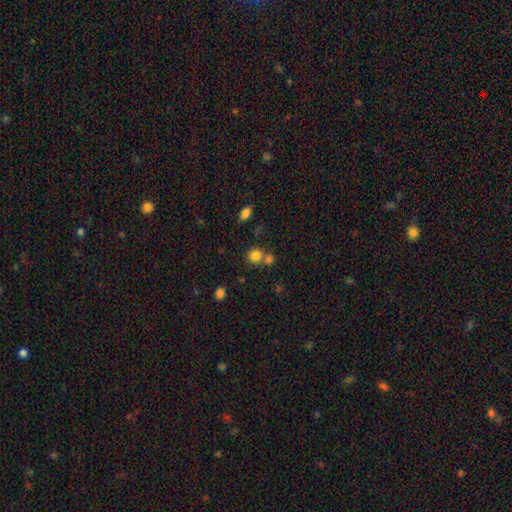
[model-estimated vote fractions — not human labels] Morphology: type=smooth (81%); roundness=round (87%); merging=none (60%).